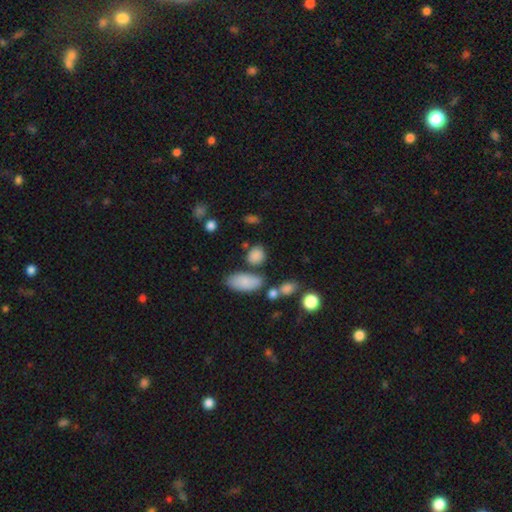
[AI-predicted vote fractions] The model was most divided on "how rounded": round: 55%, in between: 42%, cigar-shaped: 3%. More confident: smooth or featured — smooth (83%); merging — none (67%).